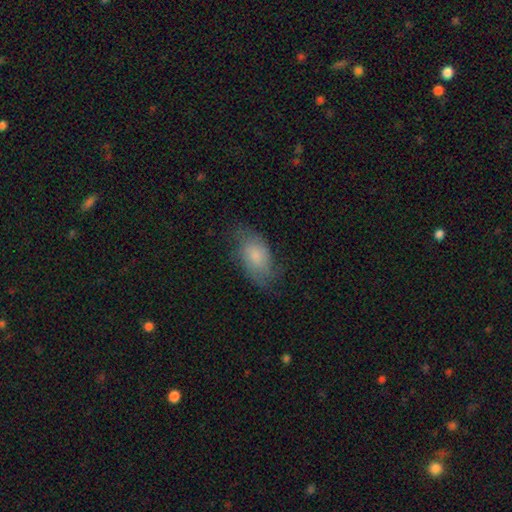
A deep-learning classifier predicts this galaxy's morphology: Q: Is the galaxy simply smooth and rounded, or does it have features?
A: smooth — 59%.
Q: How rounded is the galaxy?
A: in between — 90%.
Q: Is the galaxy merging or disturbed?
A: none — 61%.